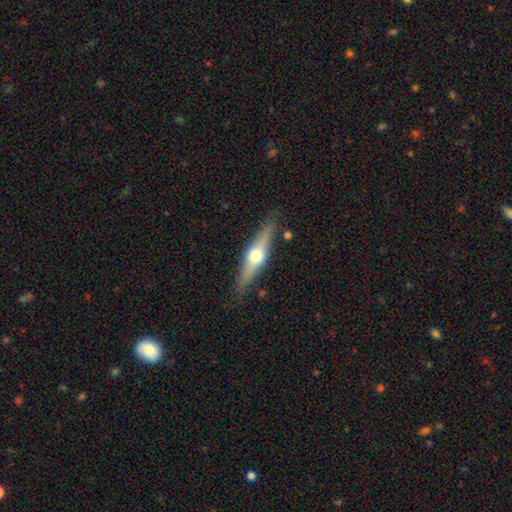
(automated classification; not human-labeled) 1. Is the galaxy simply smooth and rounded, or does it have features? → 62% featured or disk, 32% smooth, 6% star or artifact.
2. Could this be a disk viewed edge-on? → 95% yes, 5% no.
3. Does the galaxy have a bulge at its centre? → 94% rounded, 4% boxy, 2% none.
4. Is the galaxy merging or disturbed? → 84% none, 11% minor disturbance, 3% major disturbance, 2% merger.